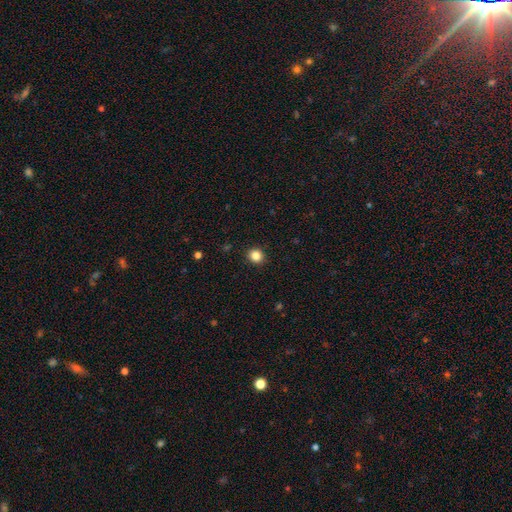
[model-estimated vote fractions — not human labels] This is clearly a smooth galaxy (84%). How rounded: clearly round (83%). Merging: clearly none (92%).